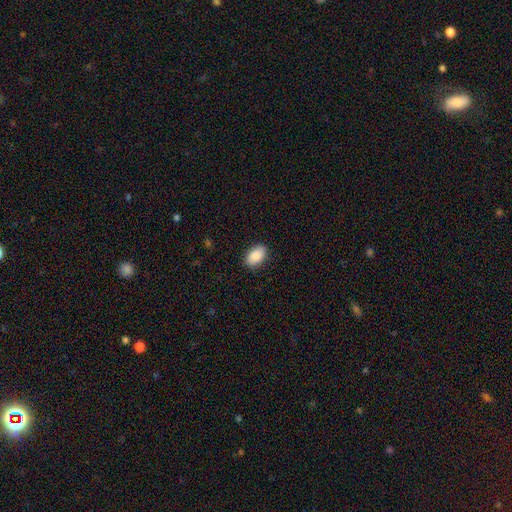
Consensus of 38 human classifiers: Overall: smooth (97%). How rounded: in between (95%). Merging: none (86%).